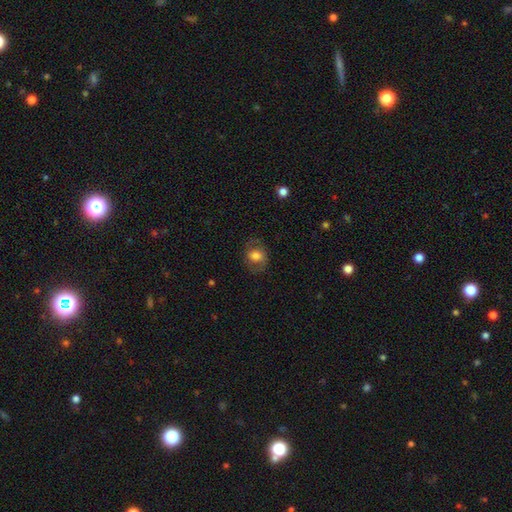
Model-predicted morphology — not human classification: Smooth or featured? smooth (62%)
How rounded? round (53%)
Merging? none (76%)